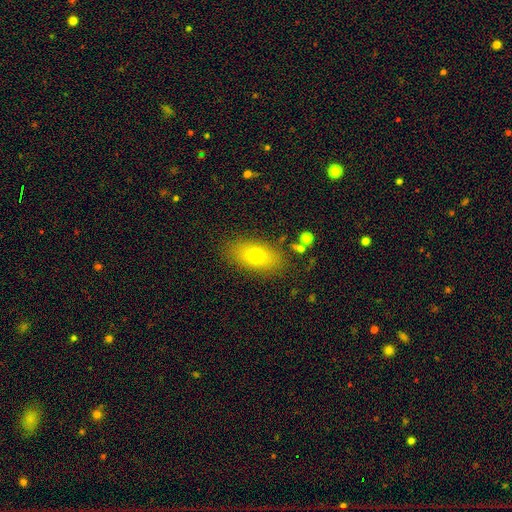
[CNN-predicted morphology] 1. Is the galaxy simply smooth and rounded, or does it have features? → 72% smooth, 18% featured or disk, 10% star or artifact.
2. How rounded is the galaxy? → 85% in between, 10% round, 6% cigar-shaped.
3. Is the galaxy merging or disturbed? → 84% none, 11% minor disturbance, 4% major disturbance, 2% merger.